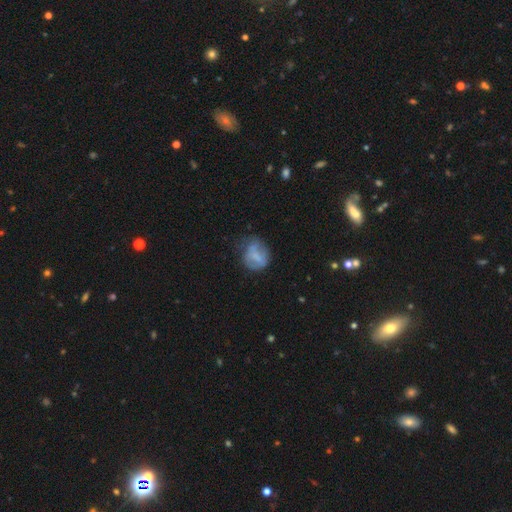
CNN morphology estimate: Q: Smooth or featured?
A: smooth (56%); runner-up: featured or disk (35%)
Q: How rounded?
A: round (62%); runner-up: in between (36%)
Q: Merging?
A: none (45%); runner-up: minor disturbance (32%)